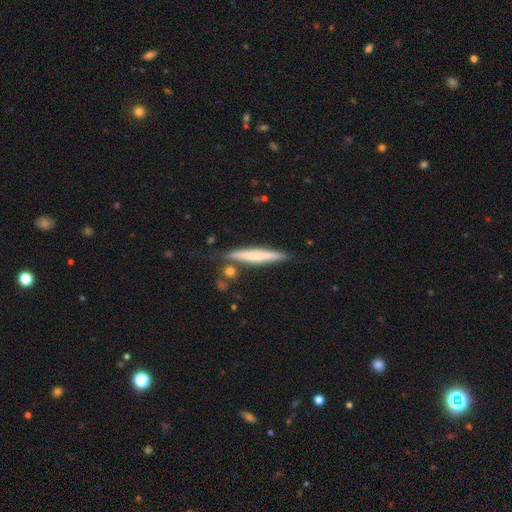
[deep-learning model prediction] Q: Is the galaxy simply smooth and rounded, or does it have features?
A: smooth — 48%.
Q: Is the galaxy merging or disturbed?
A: none — 79%.